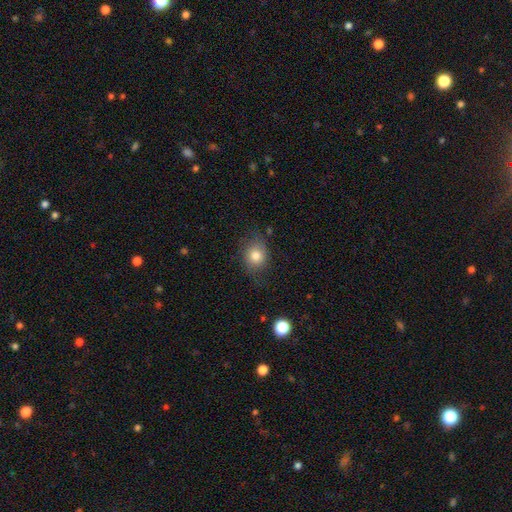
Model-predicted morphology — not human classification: Smooth or featured?
  - smooth: 77% *
  - featured or disk: 12%
  - star or artifact: 11%
How rounded?
  - round: 61% *
  - in between: 38%
  - cigar-shaped: 1%
Merging?
  - none: 70% *
  - minor disturbance: 21%
  - major disturbance: 7%
  - merger: 2%